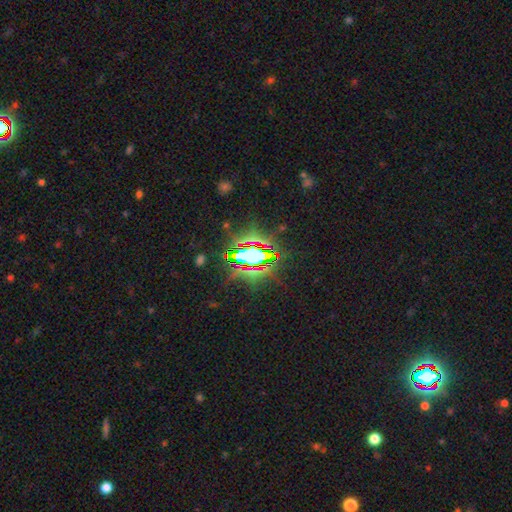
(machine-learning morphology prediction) smooth-or-featured: star or artifact: 75% | smooth: 14% | featured or disk: 11%